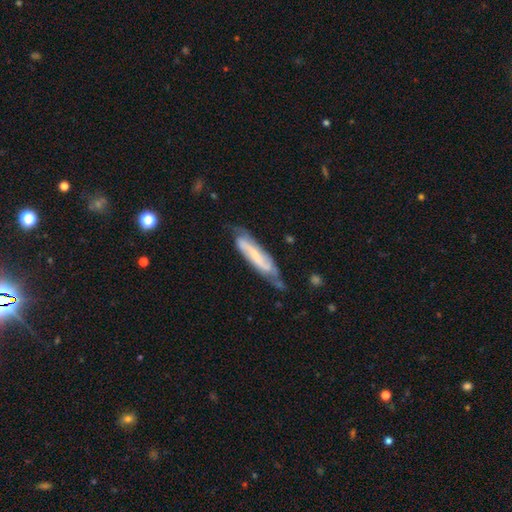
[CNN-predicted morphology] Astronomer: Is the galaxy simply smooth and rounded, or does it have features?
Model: featured or disk — 65%.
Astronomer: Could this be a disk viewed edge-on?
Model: no — 69%.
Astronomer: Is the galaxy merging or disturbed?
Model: none — 58%.